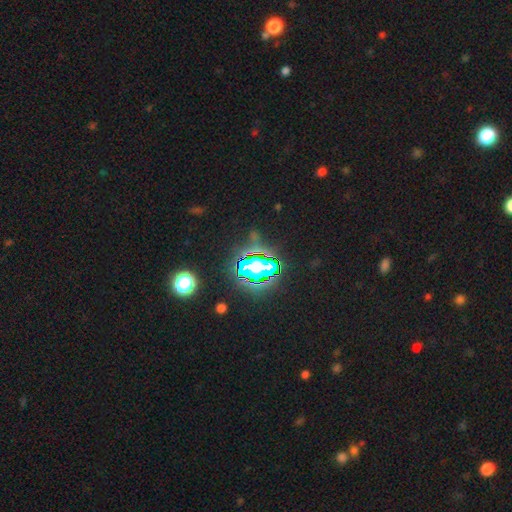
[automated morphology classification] smooth-or-featured: star or artifact: 80% | smooth: 13% | featured or disk: 7%